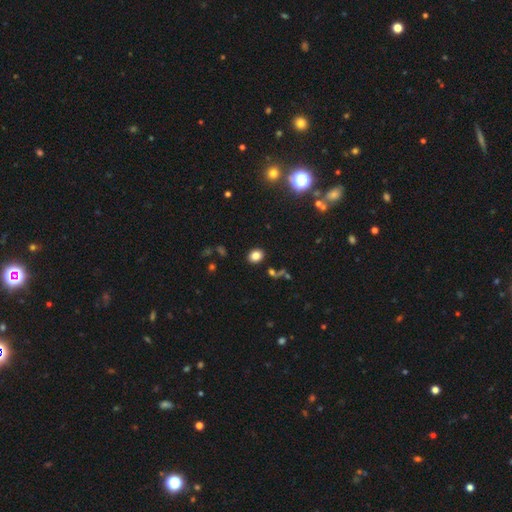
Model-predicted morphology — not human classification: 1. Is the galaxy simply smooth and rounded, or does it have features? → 82% smooth, 12% star or artifact, 6% featured or disk.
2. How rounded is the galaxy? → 50% round, 49% in between, 1% cigar-shaped.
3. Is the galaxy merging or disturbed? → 87% none, 8% minor disturbance, 3% merger, 3% major disturbance.